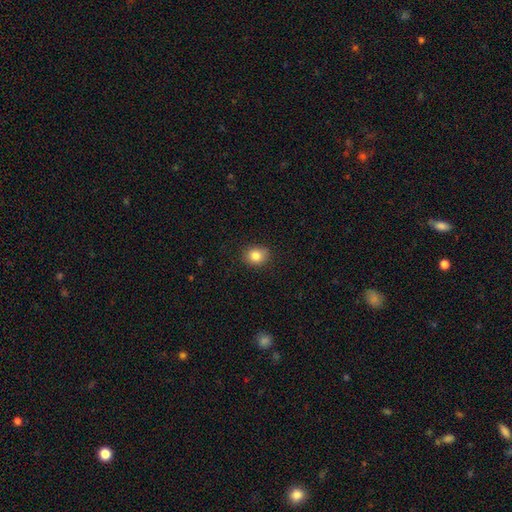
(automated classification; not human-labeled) This appears to be a smooth galaxy with no disk features (84%) that is round (66%). Merging: none (86%).